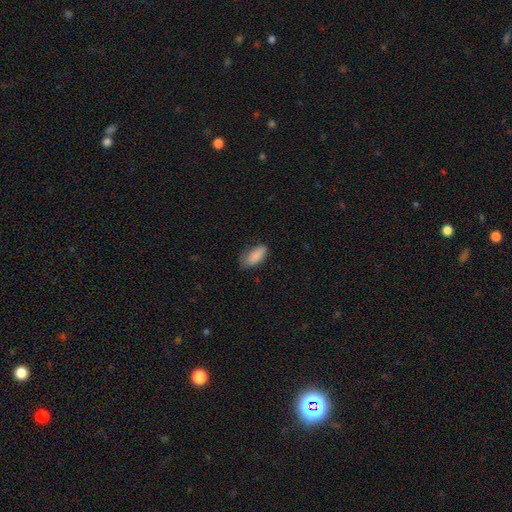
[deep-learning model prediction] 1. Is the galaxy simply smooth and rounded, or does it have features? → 87% smooth, 7% star or artifact, 6% featured or disk.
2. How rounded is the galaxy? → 84% in between, 14% cigar-shaped, 2% round.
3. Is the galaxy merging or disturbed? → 64% none, 29% minor disturbance, 6% major disturbance, 1% merger.